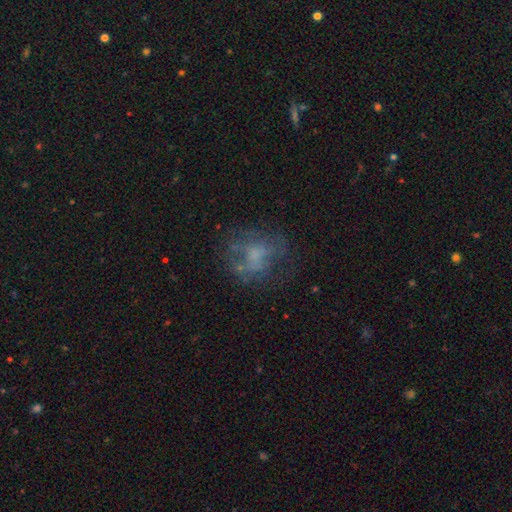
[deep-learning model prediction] Morphology: type=featured or disk (47%); merging=none (54%).